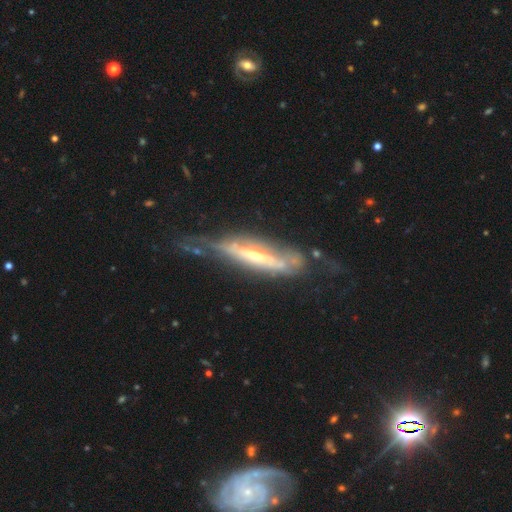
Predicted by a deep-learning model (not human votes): Q: Smooth or featured?
A: featured or disk (81%); runner-up: smooth (13%)
Q: Edge-on disk?
A: yes (56%); runner-up: no (44%)
Q: Merging?
A: none (41%); runner-up: minor disturbance (27%)